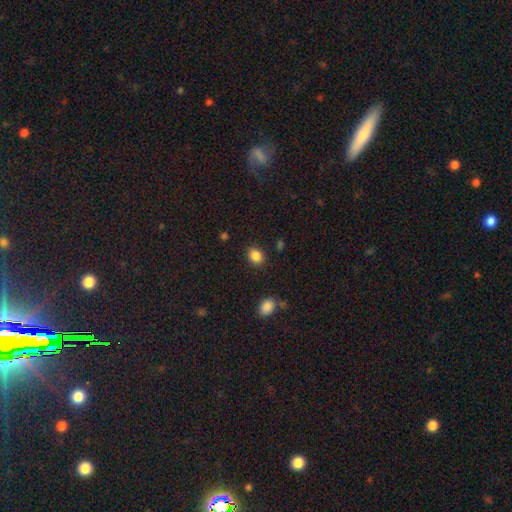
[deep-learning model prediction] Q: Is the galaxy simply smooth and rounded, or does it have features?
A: smooth — 86%.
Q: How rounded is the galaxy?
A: in between — 52%.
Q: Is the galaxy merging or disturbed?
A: none — 86%.